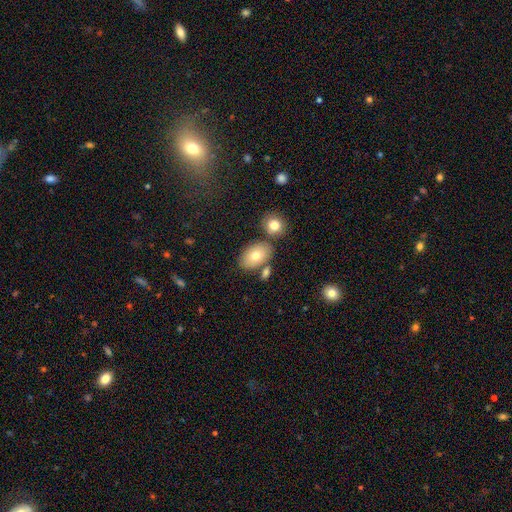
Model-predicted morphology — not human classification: smooth 76%, featured or disk 16%, star or artifact 8%. Down the decision tree: how rounded — in between (88%); merging — none (71%).